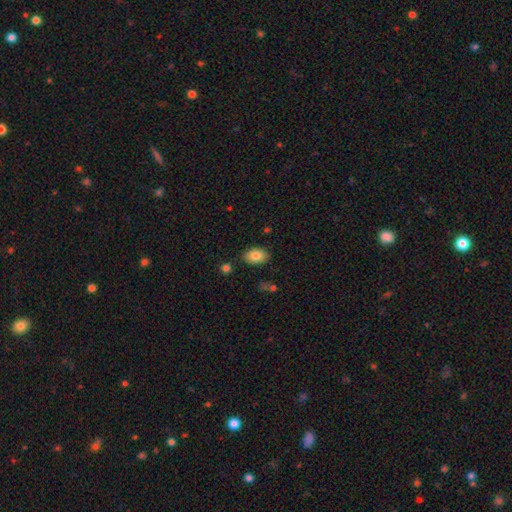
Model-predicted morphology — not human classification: Smooth or featured? smooth (83%)
How rounded? in between (85%)
Merging? none (84%)